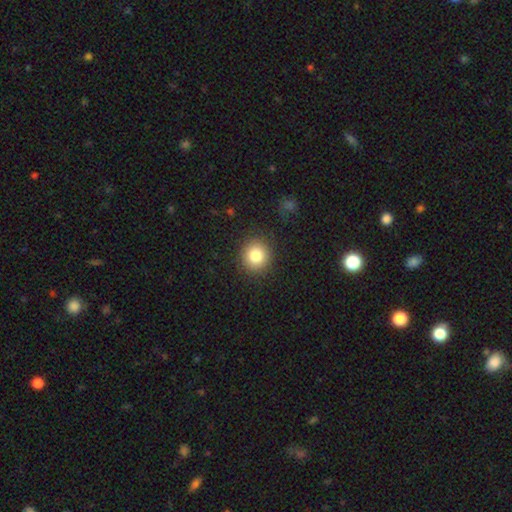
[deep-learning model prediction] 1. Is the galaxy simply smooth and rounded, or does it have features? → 82% smooth, 10% star or artifact, 7% featured or disk.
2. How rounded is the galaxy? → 88% round, 11% in between, 1% cigar-shaped.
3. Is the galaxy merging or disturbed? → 89% none, 7% minor disturbance, 3% major disturbance, 1% merger.